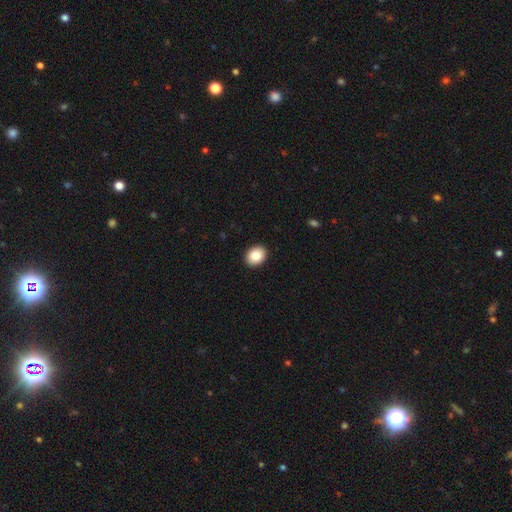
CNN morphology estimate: Overall: smooth (84%). How rounded: in between (56%; round 44%). Merging: none (92%).